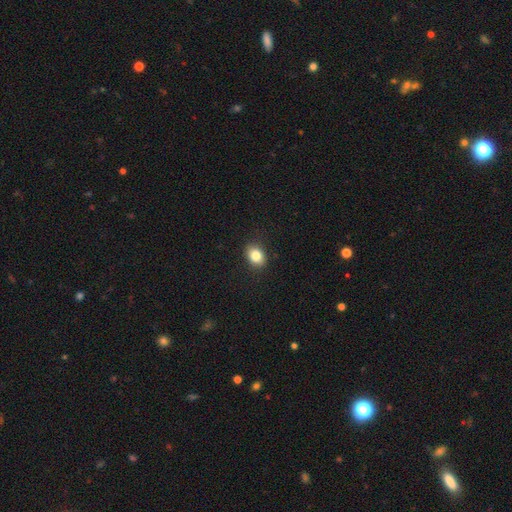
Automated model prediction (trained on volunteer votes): Overall: smooth (83%). How rounded: in between (63%; round 36%). Merging: none (87%).